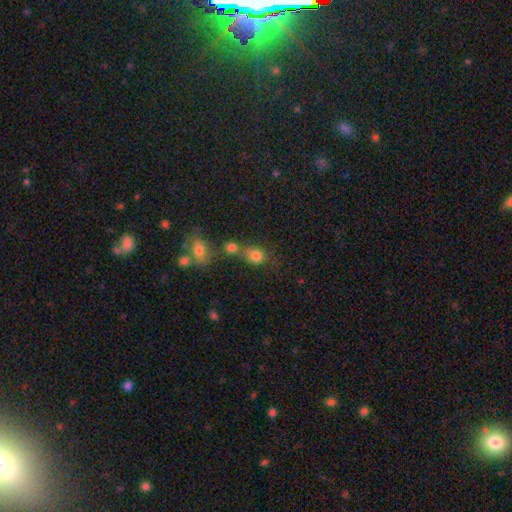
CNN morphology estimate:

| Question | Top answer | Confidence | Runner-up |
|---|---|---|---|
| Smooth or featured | smooth | 80% | star or artifact (13%) |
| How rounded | round | 69% | in between (30%) |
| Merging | none | 48% | merger (35%) |